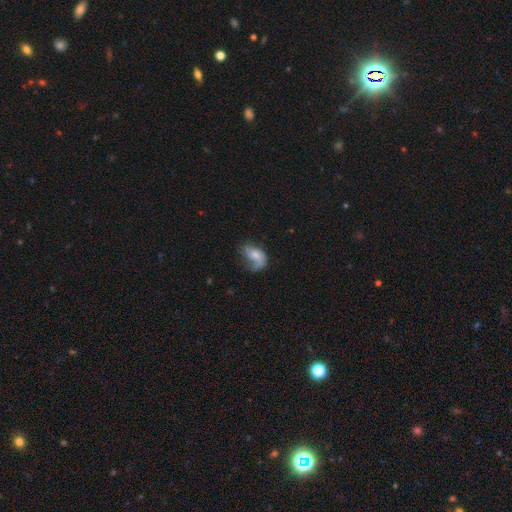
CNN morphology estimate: smooth 48%, featured or disk 44%, star or artifact 8%. Down the decision tree: merging — major disturbance (35%).